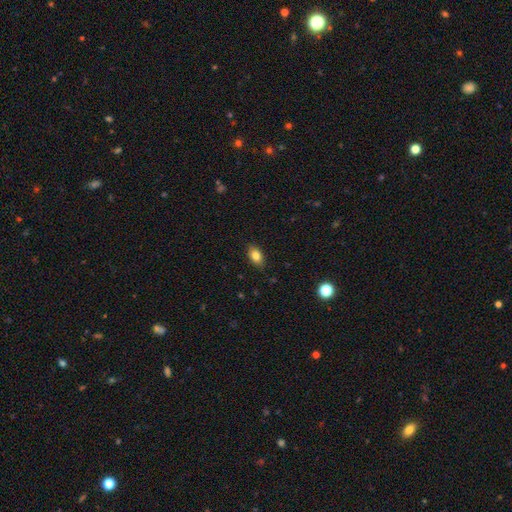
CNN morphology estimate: Overall: smooth (84%). How rounded: in between (86%). Merging: none (86%).